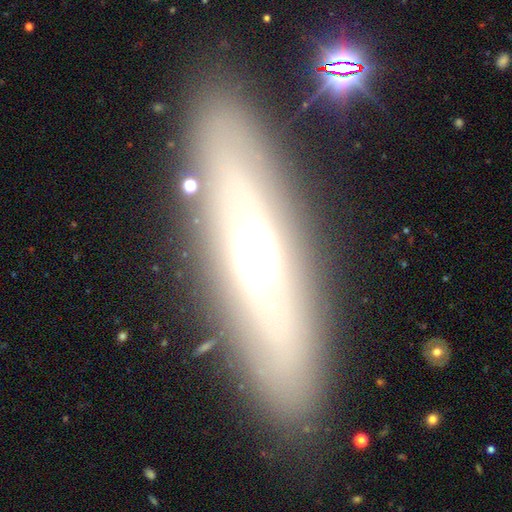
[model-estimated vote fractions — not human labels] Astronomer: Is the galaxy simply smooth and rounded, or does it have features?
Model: featured or disk — 60%.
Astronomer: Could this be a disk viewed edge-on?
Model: yes — 57% (runner-up: no, 43%).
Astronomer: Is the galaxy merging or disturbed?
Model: none — 86%.